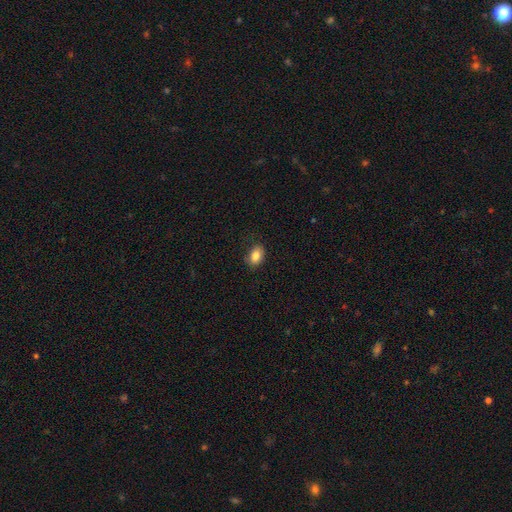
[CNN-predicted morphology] Smooth or featured? smooth (84%)
How rounded? in between (82%)
Merging? none (82%)